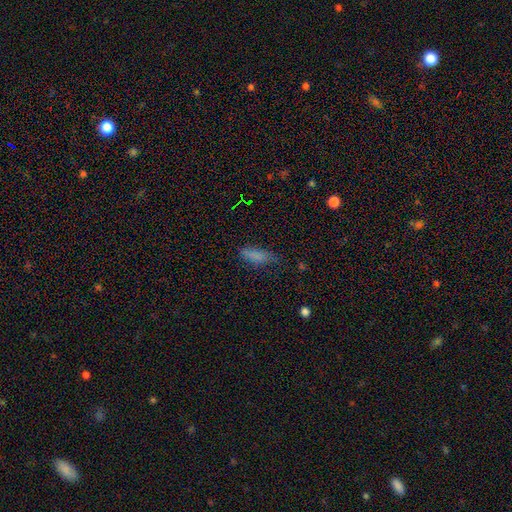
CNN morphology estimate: Smooth or featured? smooth (77%)
How rounded? in between (58%)
Merging? none (61%)